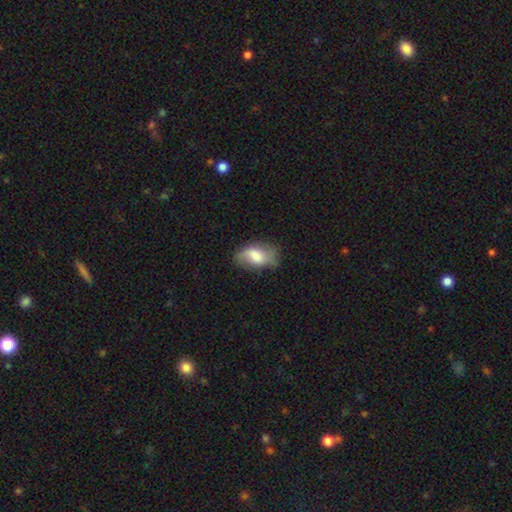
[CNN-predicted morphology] Smooth or featured?
  - smooth: 63% *
  - featured or disk: 29%
  - star or artifact: 8%
How rounded?
  - in between: 91% *
  - round: 6%
  - cigar-shaped: 3%
Merging?
  - none: 59% *
  - minor disturbance: 28%
  - major disturbance: 10%
  - merger: 2%